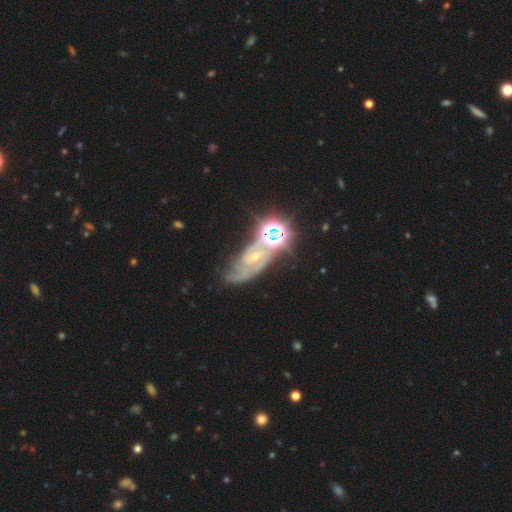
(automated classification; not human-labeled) Smooth or featured: featured or disk — 56% (star or artifact — 30%)
Edge-on disk: no — 92% (yes — 8%)
Bar: no — 55% (weak — 32%)
Spiral arms: yes — 85% (no — 15%)
Bulge size: small — 66% (moderate — 27%)
Merging: none — 44% (minor disturbance — 20%)